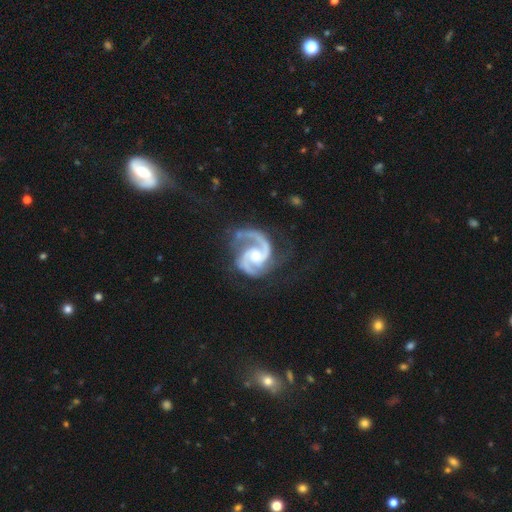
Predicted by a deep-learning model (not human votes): Smooth or featured: featured or disk — 94% (star or artifact — 4%)
Edge-on disk: no — 98% (yes — 2%)
Bar: no — 59% (weak — 32%)
Spiral arms: yes — 99% (no — 1%)
Spiral winding: medium — 61% (tight — 27%)
Spiral arm count: 2 — 89% (3 — 4%)
Bulge size: moderate — 61% (small — 33%)
Merging: none — 65% (minor disturbance — 21%)